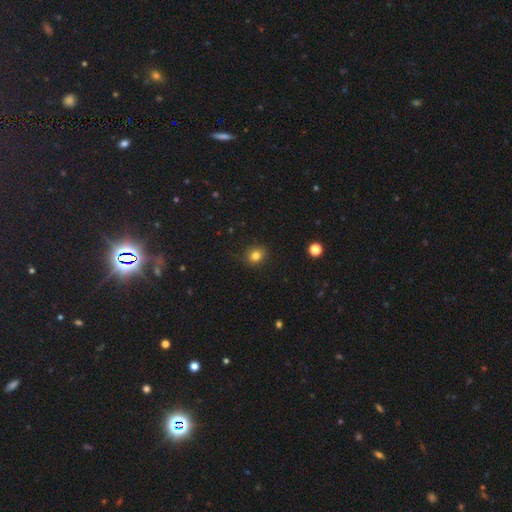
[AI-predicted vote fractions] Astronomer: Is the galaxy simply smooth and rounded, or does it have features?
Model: smooth — 81%.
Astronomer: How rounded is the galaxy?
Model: round — 78%.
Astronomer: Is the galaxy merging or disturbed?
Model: none — 86%.